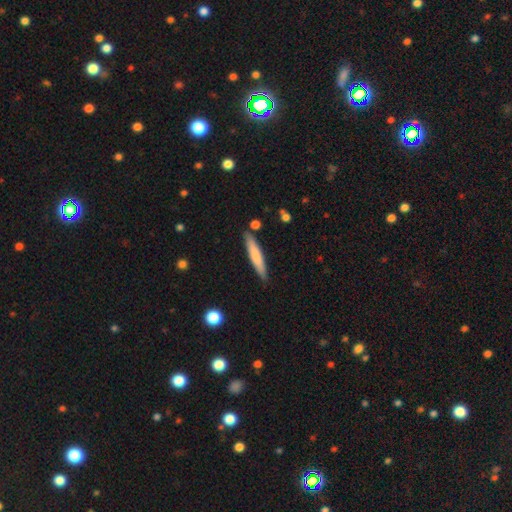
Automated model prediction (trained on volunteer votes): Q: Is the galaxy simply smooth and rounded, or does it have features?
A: smooth — 70%.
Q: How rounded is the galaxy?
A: cigar-shaped — 91%.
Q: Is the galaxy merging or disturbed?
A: none — 86%.